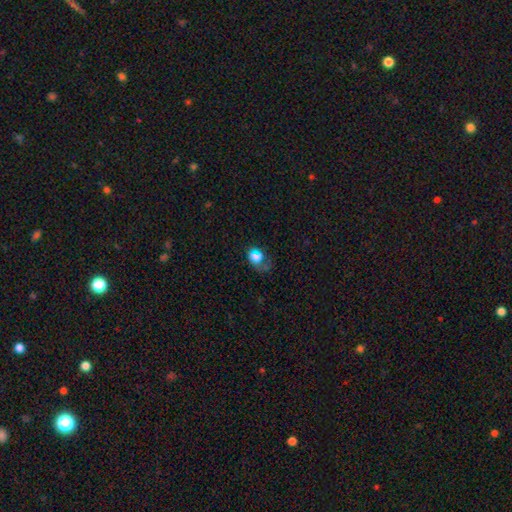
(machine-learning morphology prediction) Overall: smooth (54%; star or artifact 25%). How rounded: in between (69%; round 29%). Merging: none (43%; major disturbance 26%).